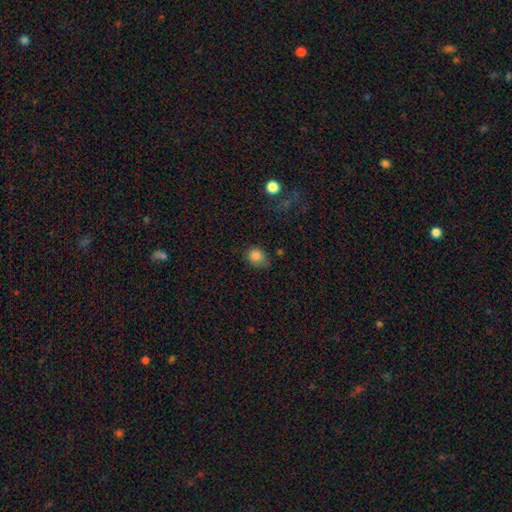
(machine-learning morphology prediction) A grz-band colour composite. It shows a smooth galaxy with no disk features (84%) that is round (63%). Merging: none (61%).